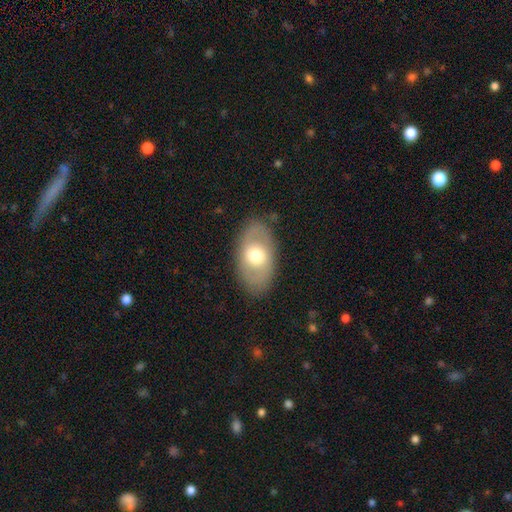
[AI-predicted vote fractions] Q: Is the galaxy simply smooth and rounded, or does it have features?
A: smooth — 55%.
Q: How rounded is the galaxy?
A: in between — 89%.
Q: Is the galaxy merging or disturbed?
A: none — 82%.